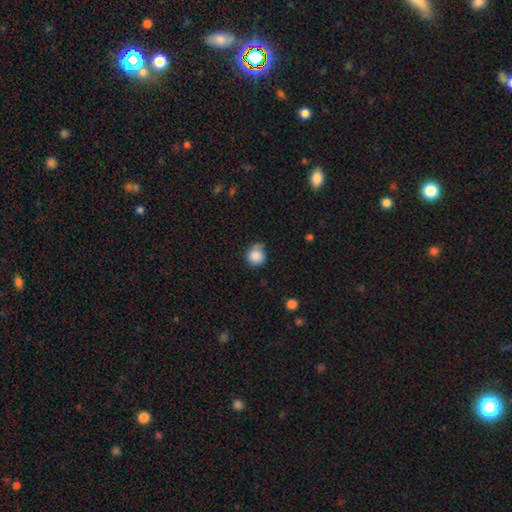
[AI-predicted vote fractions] A smooth galaxy with no disk features (86%) that is round (91%). Merging: none (66%).